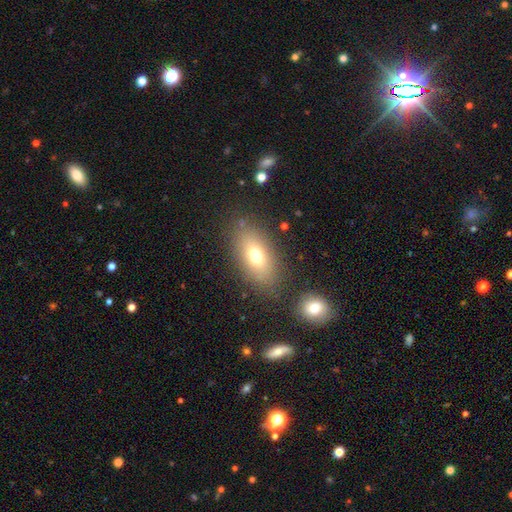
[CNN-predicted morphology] Smooth or featured? smooth (71%)
How rounded? in between (84%)
Merging? none (80%)